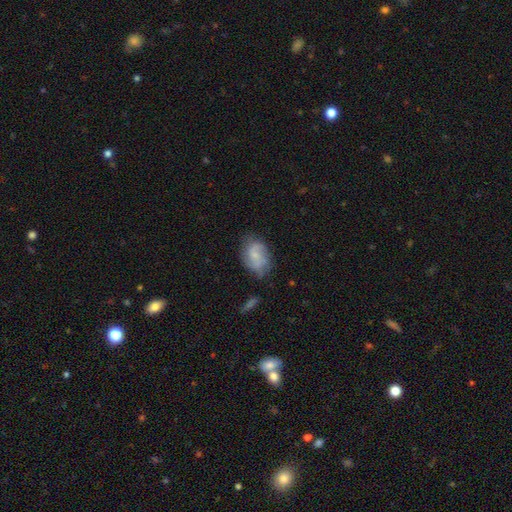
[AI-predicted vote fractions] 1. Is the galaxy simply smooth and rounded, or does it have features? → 48% featured or disk, 44% smooth, 8% star or artifact.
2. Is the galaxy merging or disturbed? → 62% none, 25% minor disturbance, 9% major disturbance, 4% merger.